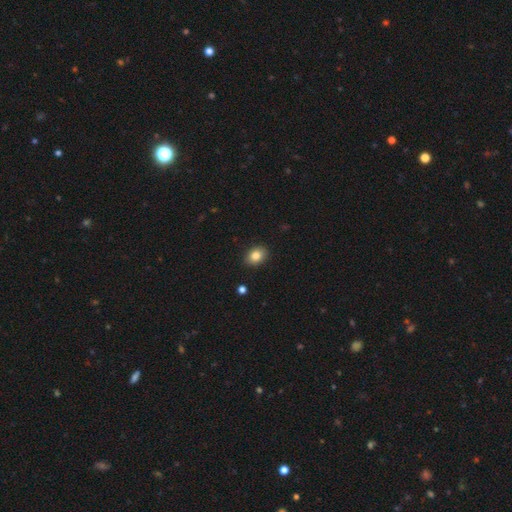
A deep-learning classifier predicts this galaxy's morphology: Smooth or featured?
  - smooth: 84% *
  - star or artifact: 9%
  - featured or disk: 7%
How rounded?
  - in between: 61% *
  - round: 38%
  - cigar-shaped: 1%
Merging?
  - none: 89% *
  - minor disturbance: 8%
  - major disturbance: 2%
  - merger: 1%